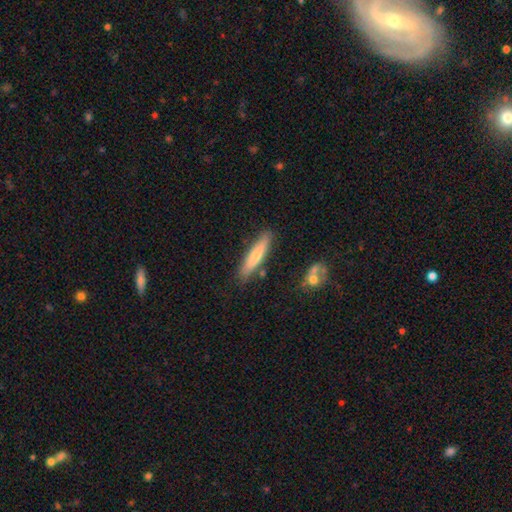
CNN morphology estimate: smooth_or_featured: smooth (p=0.65) [alt: featured or disk p=0.29]
how_rounded: cigar-shaped (p=0.87) [alt: in between p=0.11]
merging: none (p=0.83) [alt: minor disturbance p=0.11]